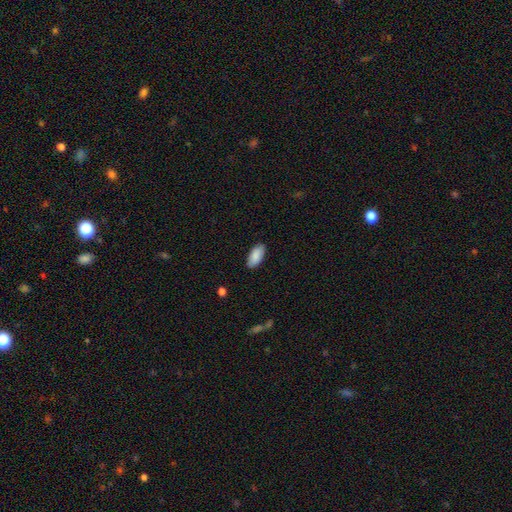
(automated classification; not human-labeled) smooth_or_featured: smooth (p=0.89) [alt: star or artifact p=0.06]
how_rounded: in between (p=0.92) [alt: cigar-shaped p=0.07]
merging: none (p=0.88) [alt: minor disturbance p=0.09]